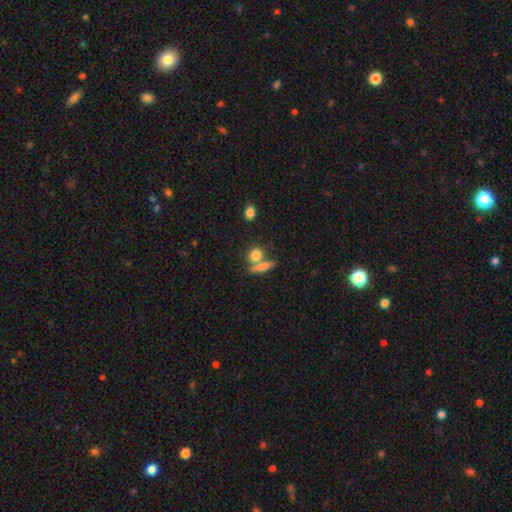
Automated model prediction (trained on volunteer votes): Overall: smooth (78%). How rounded: round (55%; in between 32%). Merging: none (56%; merger 30%).